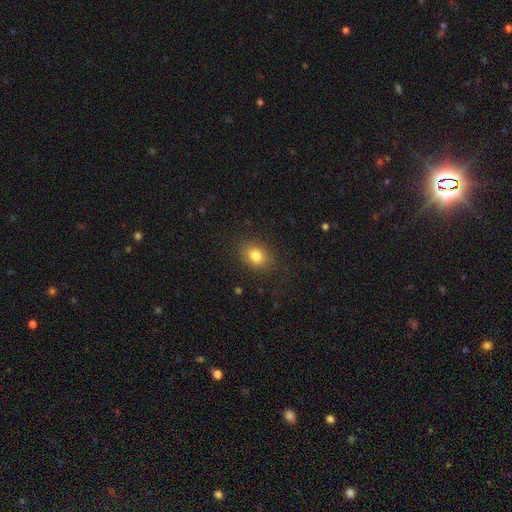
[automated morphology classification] smooth-or-featured: smooth: 81% | star or artifact: 10% | featured or disk: 8%
  how-rounded: in between: 64% | round: 34% | cigar-shaped: 1%
  merging: none: 83% | minor disturbance: 12% | major disturbance: 4% | merger: 1%